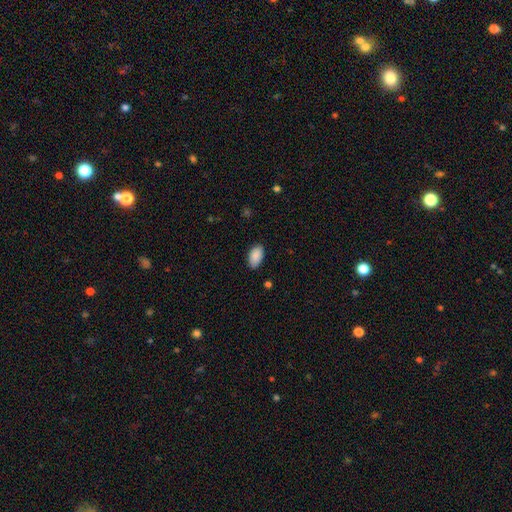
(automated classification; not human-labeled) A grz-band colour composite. It shows a smooth galaxy with no disk features (90%) that is in between round and cigar-shaped (95%). Merging: none (84%).